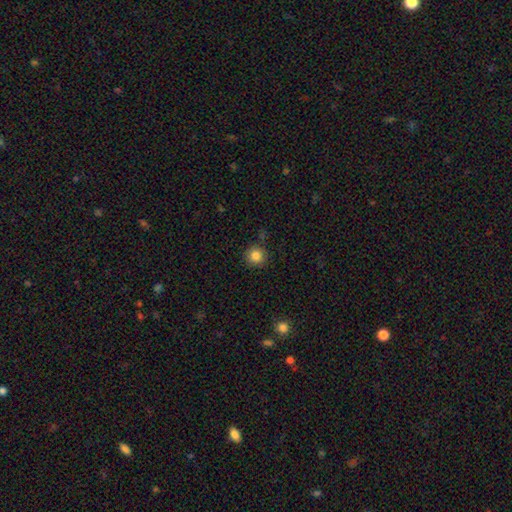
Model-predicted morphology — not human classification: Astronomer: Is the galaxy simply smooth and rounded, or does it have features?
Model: smooth — 85%.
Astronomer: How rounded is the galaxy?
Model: round — 93%.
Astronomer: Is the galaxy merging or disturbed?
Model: none — 86%.